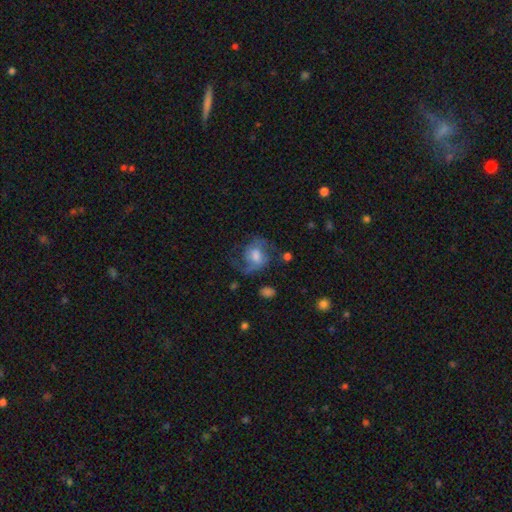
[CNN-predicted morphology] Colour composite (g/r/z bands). It shows a featured or disk galaxy (61%) with no bar (51%), 2 (77%) medium (47%) spiral arms (85%) and a moderate central bulge (46%). Merging: none (54%).